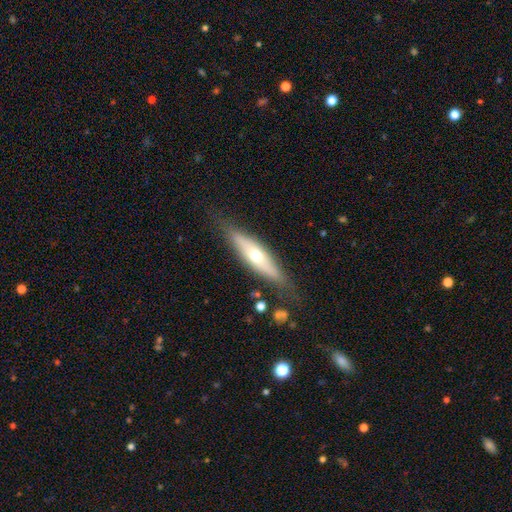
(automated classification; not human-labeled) smooth-or-featured: featured or disk: 52% | smooth: 42% | star or artifact: 7%
  disk-edge-on: yes: 74% | no: 26%
  merging: none: 76% | minor disturbance: 16% | major disturbance: 5% | merger: 2%